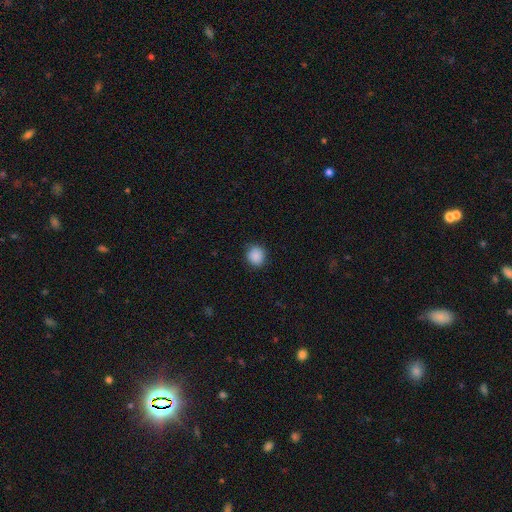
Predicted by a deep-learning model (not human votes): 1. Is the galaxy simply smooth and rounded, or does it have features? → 88% smooth, 9% star or artifact, 3% featured or disk.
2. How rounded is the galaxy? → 83% round, 16% in between, 1% cigar-shaped.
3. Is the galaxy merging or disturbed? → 81% none, 15% minor disturbance, 3% major disturbance, 1% merger.